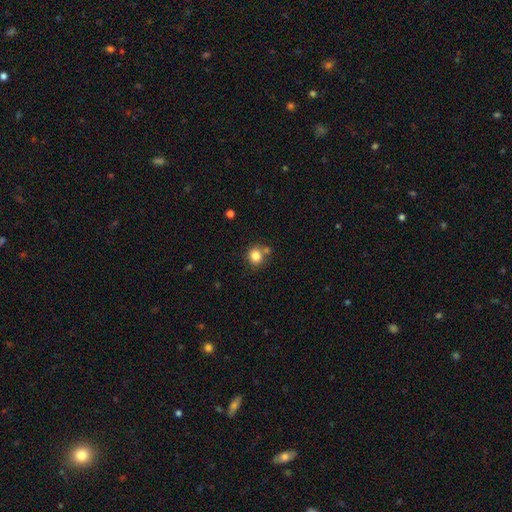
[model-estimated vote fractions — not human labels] A smooth galaxy with no disk features (82%) that is round (84%). Merging: none (68%).